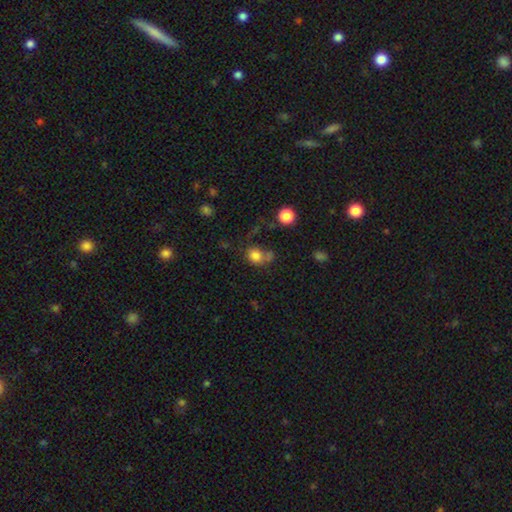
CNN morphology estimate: Smooth or featured? Predicted: smooth (p=0.78). How rounded? Predicted: round (p=0.68). Merging? Predicted: none (p=0.47).